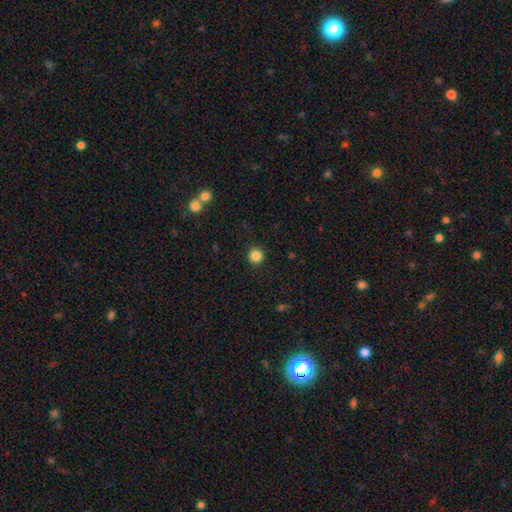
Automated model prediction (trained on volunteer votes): Smooth or featured?
  - smooth: 85% *
  - star or artifact: 11%
  - featured or disk: 3%
How rounded?
  - round: 94% *
  - in between: 5%
  - cigar-shaped: 1%
Merging?
  - none: 91% *
  - minor disturbance: 6%
  - major disturbance: 2%
  - merger: 1%